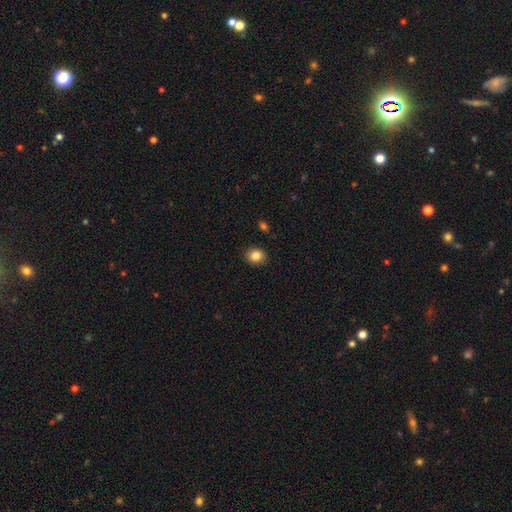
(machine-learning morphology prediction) Smooth or featured? smooth (84%)
How rounded? round (61%)
Merging? none (89%)